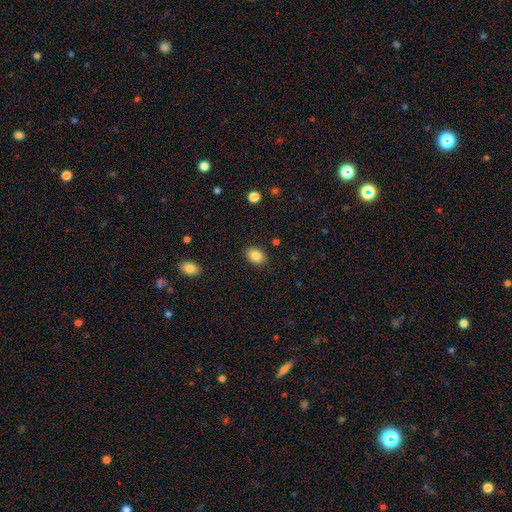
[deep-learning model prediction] Q: Smooth or featured?
A: smooth (85%); runner-up: star or artifact (9%)
Q: How rounded?
A: in between (77%); runner-up: round (22%)
Q: Merging?
A: none (88%); runner-up: minor disturbance (9%)